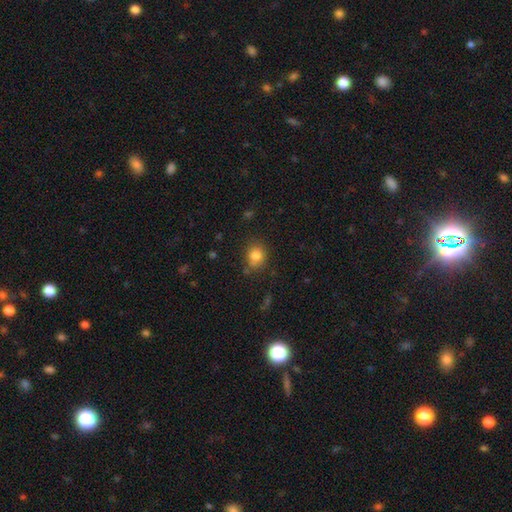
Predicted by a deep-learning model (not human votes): Smooth or featured?
  - smooth: 81% *
  - star or artifact: 12%
  - featured or disk: 7%
How rounded?
  - round: 70% *
  - in between: 29%
  - cigar-shaped: 1%
Merging?
  - none: 76% *
  - minor disturbance: 15%
  - major disturbance: 4%
  - merger: 4%